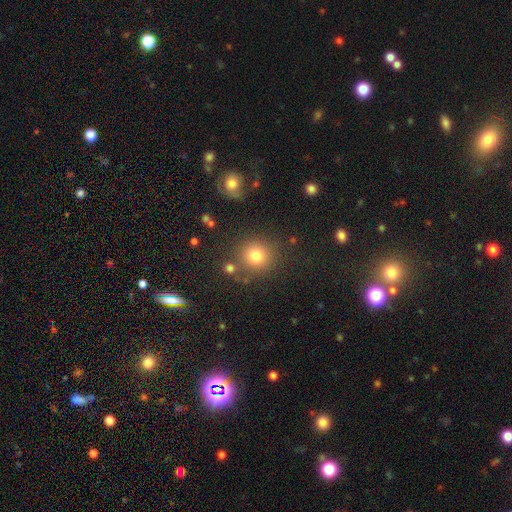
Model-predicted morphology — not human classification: smooth 78%, star or artifact 14%, featured or disk 7%. Down the decision tree: how rounded — round (90%); merging — none (80%).